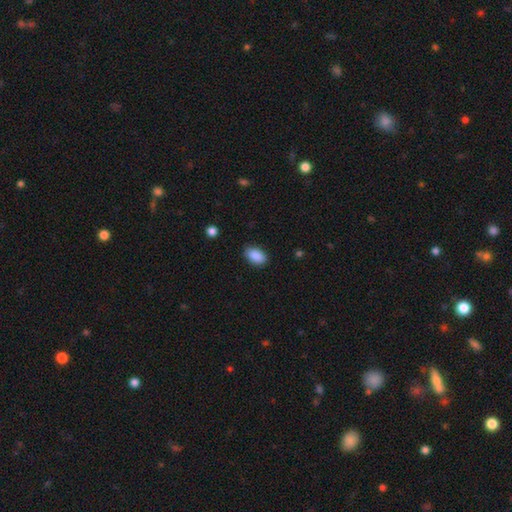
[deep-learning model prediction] smooth-or-featured: smooth: 89% | star or artifact: 7% | featured or disk: 3%
  how-rounded: in between: 91% | round: 7% | cigar-shaped: 2%
  merging: none: 86% | minor disturbance: 11% | major disturbance: 2% | merger: 1%